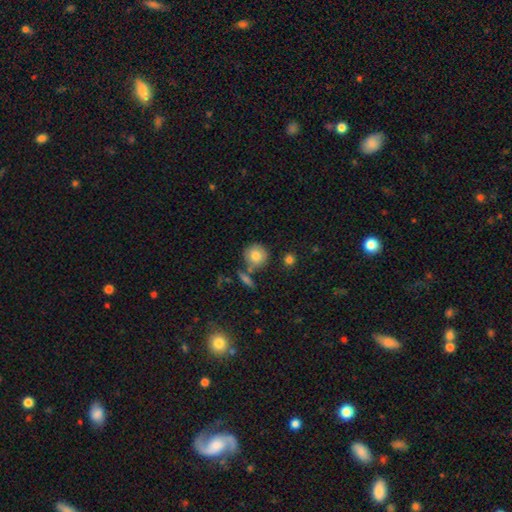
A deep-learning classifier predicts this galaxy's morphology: This is likely a smooth galaxy (79%). How rounded: clearly round (91%). Merging: likely none (73%).